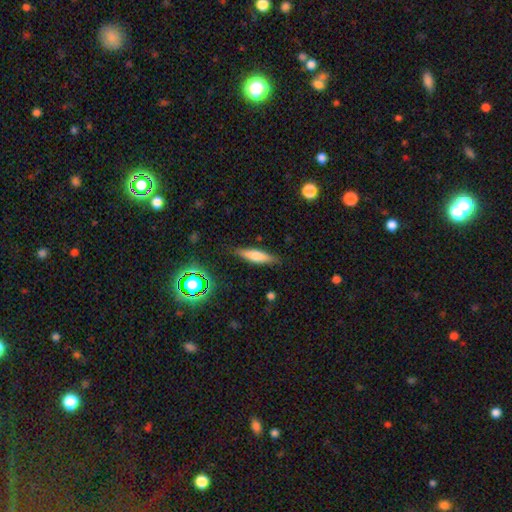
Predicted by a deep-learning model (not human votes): smooth-or-featured: smooth: 66% | featured or disk: 25% | star or artifact: 9%
  how-rounded: cigar-shaped: 70% | in between: 28% | round: 2%
  merging: none: 84% | minor disturbance: 11% | major disturbance: 3% | merger: 2%